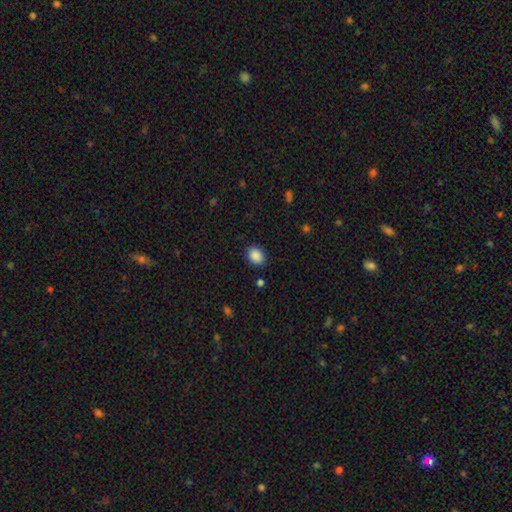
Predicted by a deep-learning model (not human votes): Morphology: type=smooth (89%); roundness=in between (58%); merging=none (87%).